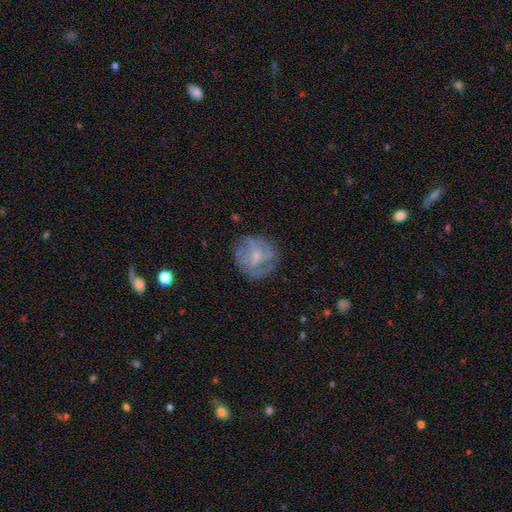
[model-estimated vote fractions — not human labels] featured or disk 62%, smooth 29%, star or artifact 8%. Down the decision tree: edge-on disk — no (98%); bar — no (61%); spiral arms — yes (71%); bulge size — small (52%); merging — none (72%).